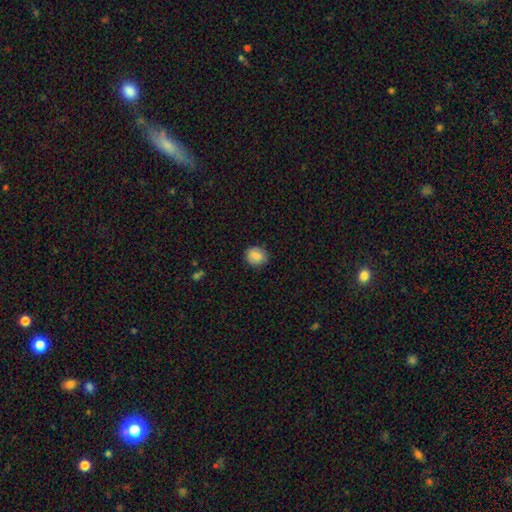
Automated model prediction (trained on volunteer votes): Smooth or featured? Predicted: smooth (p=0.84). How rounded? Predicted: round (p=0.74). Merging? Predicted: none (p=0.86).